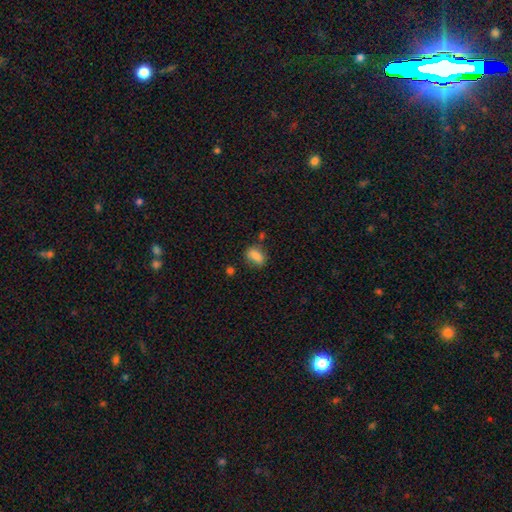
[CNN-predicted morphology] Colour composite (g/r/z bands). It shows a smooth galaxy with no disk features (83%) that is in between round and cigar-shaped (79%). Merging: none (71%).